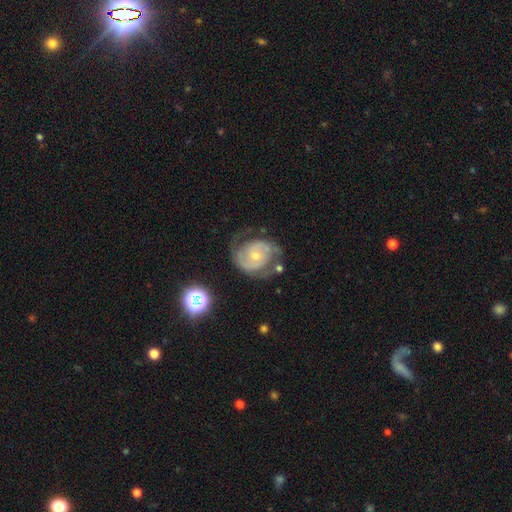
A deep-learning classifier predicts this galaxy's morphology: Smooth or featured? Predicted: featured or disk (p=0.86). Edge-on disk? Predicted: no (p=0.98). Bar? Predicted: no (p=0.60). Spiral arms? Predicted: yes (p=0.95). Spiral winding? Predicted: medium (p=0.45). Spiral arm count? Predicted: 2 (p=0.81). Bulge size? Predicted: small (p=0.54). Merging? Predicted: none (p=0.64).